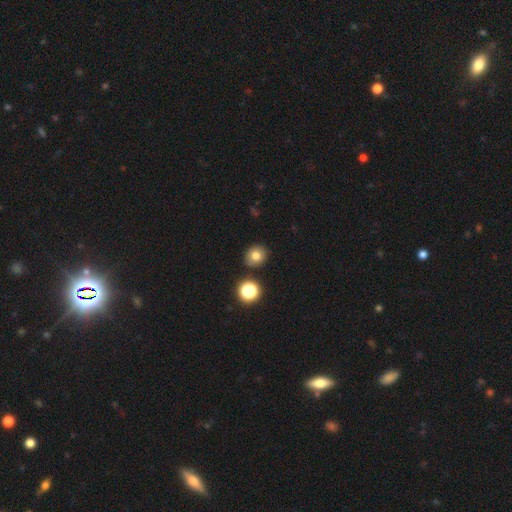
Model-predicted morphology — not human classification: This is likely a smooth galaxy (77%). How rounded: likely round (80%). Merging: clearly none (85%).